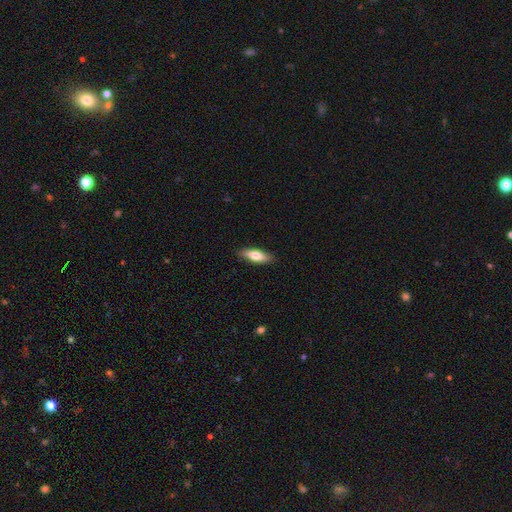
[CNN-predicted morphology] Overall: smooth (73%). How rounded: in between (59%; cigar-shaped 38%). Merging: none (87%).